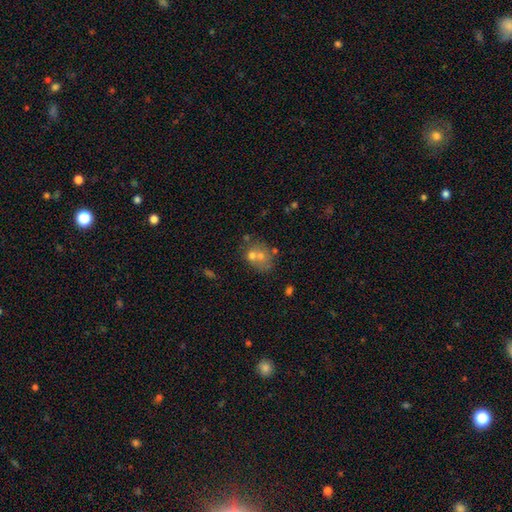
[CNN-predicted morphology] This is possibly a smooth galaxy (57%). How rounded: possibly round (57%). Merging: possibly merger (47%).